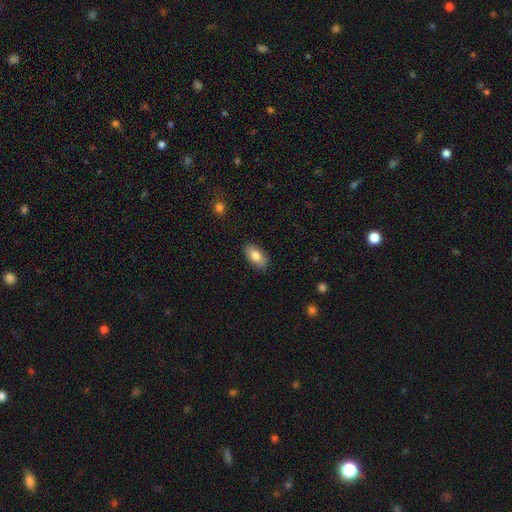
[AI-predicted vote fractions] smooth-or-featured: smooth: 80% | featured or disk: 13% | star or artifact: 7%
  how-rounded: in between: 91% | cigar-shaped: 5% | round: 4%
  merging: none: 88% | minor disturbance: 9% | major disturbance: 2% | merger: 1%